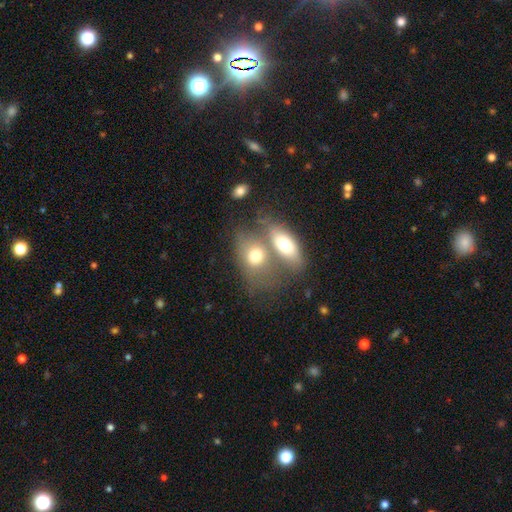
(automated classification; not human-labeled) Smooth or featured: smooth — 69% (featured or disk — 23%)
How rounded: in between — 74% (round — 23%)
Merging: merger — 57% (none — 25%)